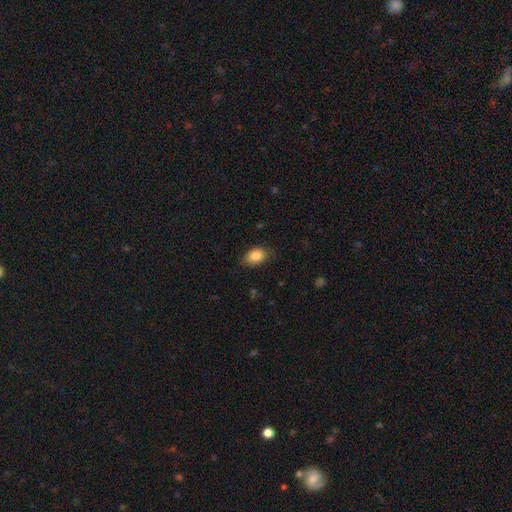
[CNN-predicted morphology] A smooth galaxy with no disk features (86%) that is in between round and cigar-shaped (78%).

Vote fractions:
- Smooth or featured? smooth: 86% / star or artifact: 8% / featured or disk: 6%
- How rounded? in between: 78% / round: 21% / cigar-shaped: 1%
- Merging? none: 79% / minor disturbance: 17% / major disturbance: 3% / merger: 1%